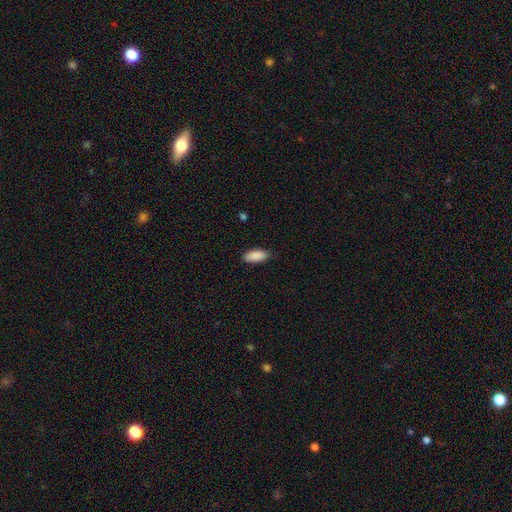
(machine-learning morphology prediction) Overall: smooth (90%). How rounded: in between (84%). Merging: none (86%).